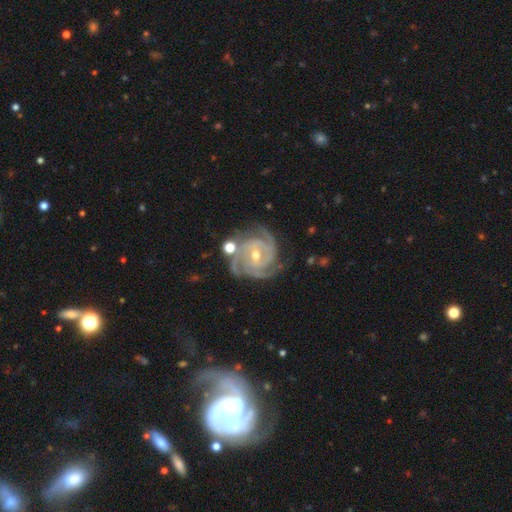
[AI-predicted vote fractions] Smooth or featured? featured or disk (91%)
Edge-on disk? no (98%)
Bar? no (43%)
Spiral arms? yes (98%)
Spiral winding? tight (73%)
Spiral arm count? 3 (48%)
Bulge size? small (49%)
Merging? none (70%)